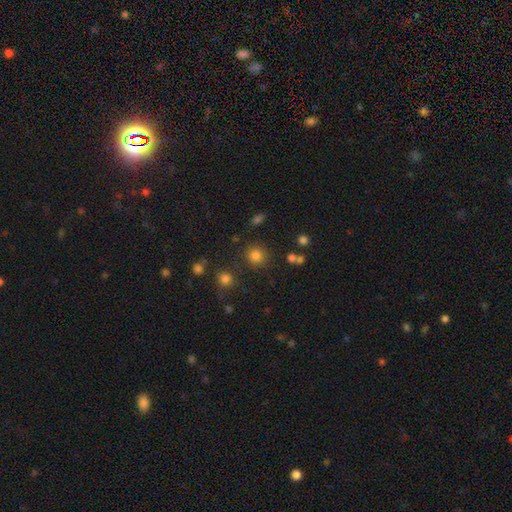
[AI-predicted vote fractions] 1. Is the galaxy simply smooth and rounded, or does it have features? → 81% smooth, 14% star or artifact, 5% featured or disk.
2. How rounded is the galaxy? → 91% round, 8% in between, 1% cigar-shaped.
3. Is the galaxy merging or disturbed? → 82% none, 9% minor disturbance, 5% merger, 4% major disturbance.